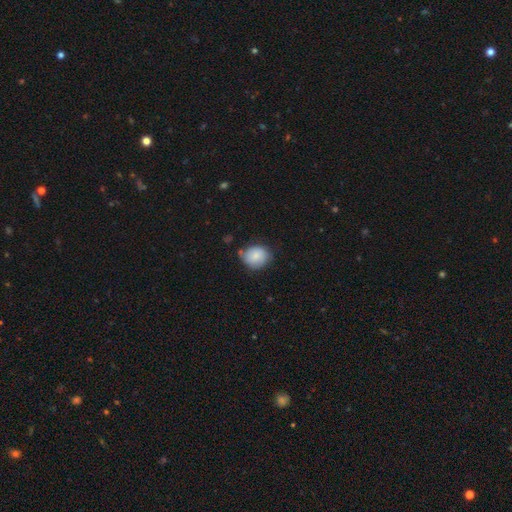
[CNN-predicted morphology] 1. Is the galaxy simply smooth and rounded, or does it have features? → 80% smooth, 13% featured or disk, 7% star or artifact.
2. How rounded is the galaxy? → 68% round, 31% in between, 1% cigar-shaped.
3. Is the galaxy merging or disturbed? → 62% none, 29% minor disturbance, 6% major disturbance, 3% merger.